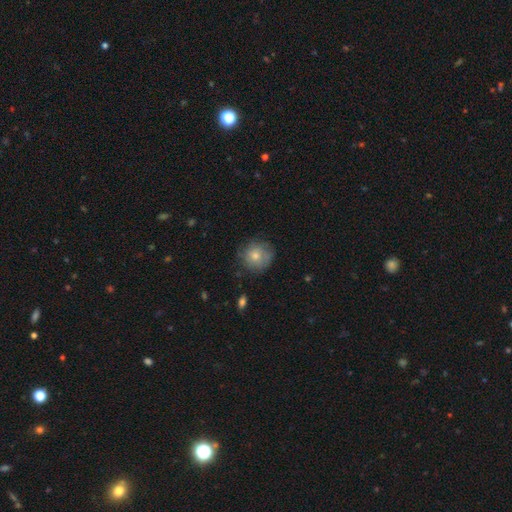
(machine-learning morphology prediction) A smooth galaxy with no disk features (72%) that is round (90%). Merging: none (74%).